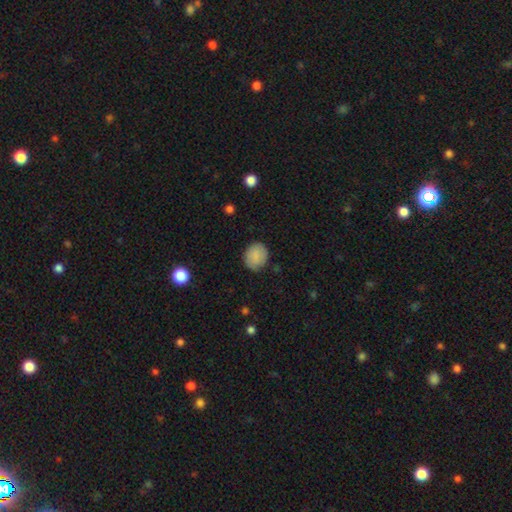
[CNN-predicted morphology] smooth 86%, star or artifact 8%, featured or disk 6%. Down the decision tree: how rounded — round (71%); merging — none (82%).